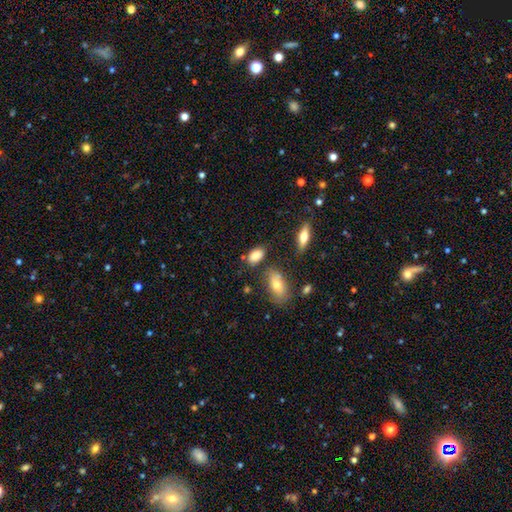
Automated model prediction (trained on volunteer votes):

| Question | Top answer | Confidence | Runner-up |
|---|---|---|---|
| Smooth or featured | smooth | 84% | star or artifact (8%) |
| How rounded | in between | 89% | round (8%) |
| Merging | none | 71% | minor disturbance (17%) |